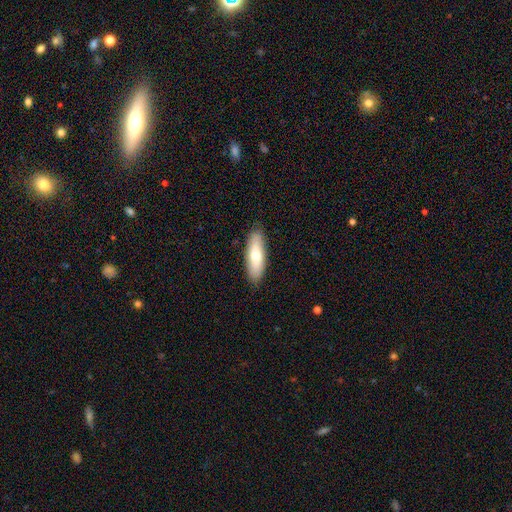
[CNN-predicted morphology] Smooth or featured: smooth — 68% (featured or disk — 26%)
How rounded: in between — 53% (cigar-shaped — 45%)
Merging: none — 88% (minor disturbance — 10%)